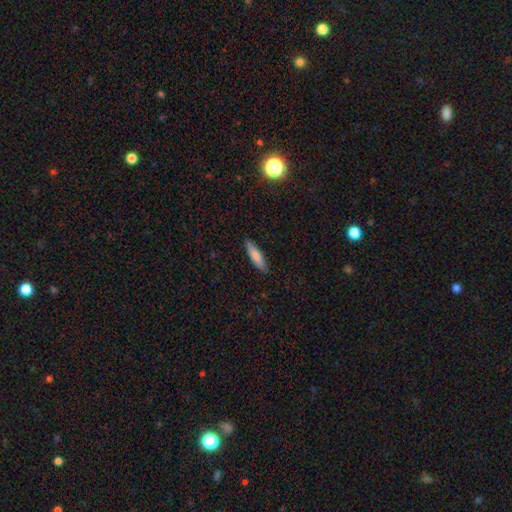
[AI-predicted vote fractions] Smooth or featured? smooth (78%)
How rounded? cigar-shaped (66%)
Merging? none (87%)